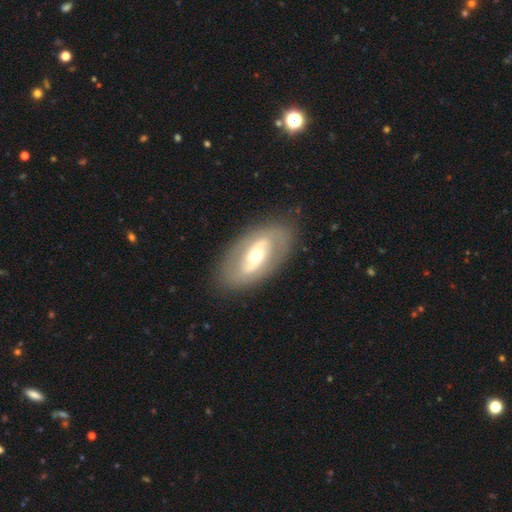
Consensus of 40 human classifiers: This is clearly a featured or disk galaxy (88%). It is clearly not viewed edge-on (97%). Bar: possibly no (50%). Spiral arm pattern: possibly no (59%). Central bulge: clearly moderate (85%). Merging: clearly none (89%).